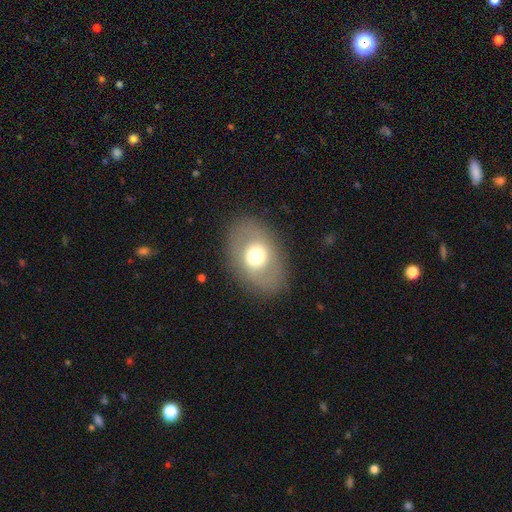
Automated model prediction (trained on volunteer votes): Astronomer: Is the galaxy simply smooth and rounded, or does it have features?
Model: smooth — 57% (runner-up: featured or disk, 35%).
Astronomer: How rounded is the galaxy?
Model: in between — 73%.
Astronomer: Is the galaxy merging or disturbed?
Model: none — 83%.